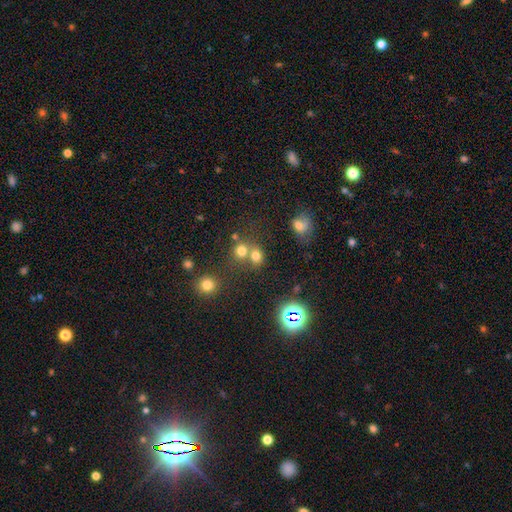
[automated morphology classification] This is likely a smooth galaxy (70%). How rounded: likely round (73%). Merging: possibly none (46%).